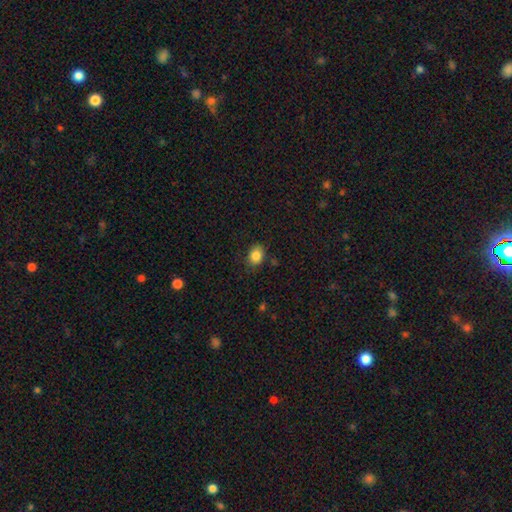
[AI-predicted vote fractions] Smooth or featured: smooth — 85% (star or artifact — 10%)
How rounded: in between — 58% (round — 41%)
Merging: none — 82% (minor disturbance — 13%)